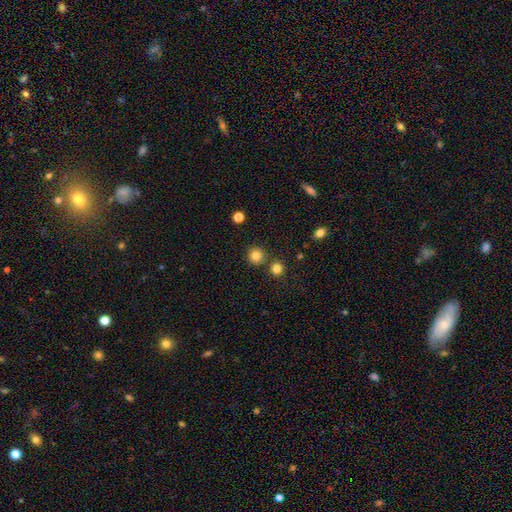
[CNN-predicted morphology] Q: Smooth or featured?
A: smooth (82%); runner-up: star or artifact (13%)
Q: How rounded?
A: round (93%); runner-up: in between (6%)
Q: Merging?
A: none (81%); runner-up: merger (10%)